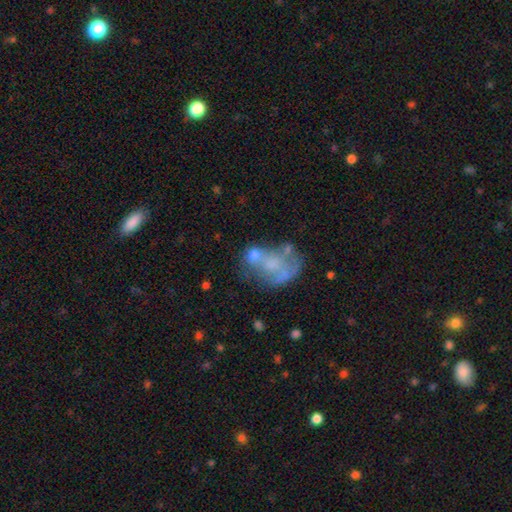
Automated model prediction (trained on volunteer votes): Smooth or featured? Predicted: featured or disk (p=0.51). Edge-on disk? Predicted: no (p=0.98). Merging? Predicted: merger (p=0.31).